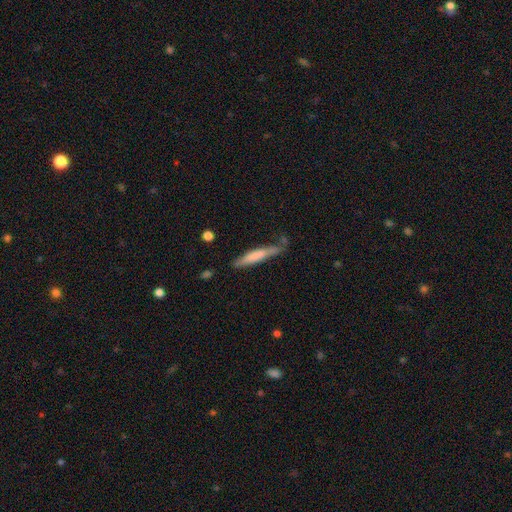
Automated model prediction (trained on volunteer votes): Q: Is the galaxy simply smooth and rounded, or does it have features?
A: smooth — 65%.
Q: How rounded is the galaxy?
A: cigar-shaped — 91%.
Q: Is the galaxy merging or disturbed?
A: none — 62%.